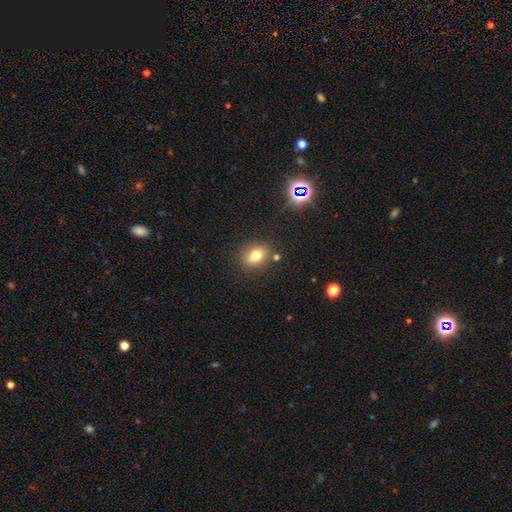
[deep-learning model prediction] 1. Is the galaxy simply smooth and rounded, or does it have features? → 76% smooth, 13% star or artifact, 11% featured or disk.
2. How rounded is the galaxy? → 60% in between, 39% round, 1% cigar-shaped.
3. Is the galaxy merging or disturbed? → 80% none, 11% minor disturbance, 6% merger, 3% major disturbance.